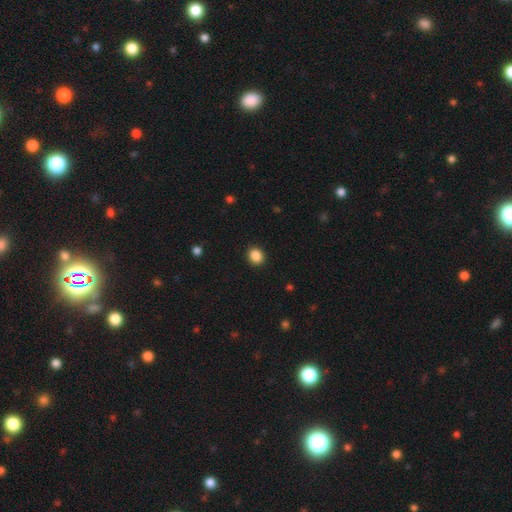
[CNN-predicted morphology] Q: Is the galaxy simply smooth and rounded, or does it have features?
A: smooth — 88%.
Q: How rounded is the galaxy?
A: round — 70%.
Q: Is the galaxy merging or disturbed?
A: none — 91%.